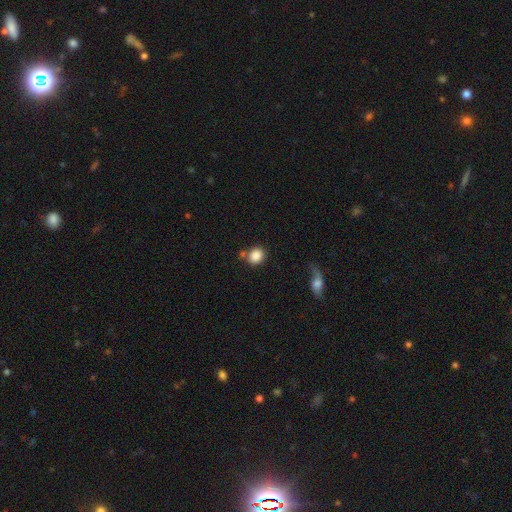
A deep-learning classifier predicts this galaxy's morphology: Overall: smooth (87%). How rounded: round (72%). Merging: none (68%).